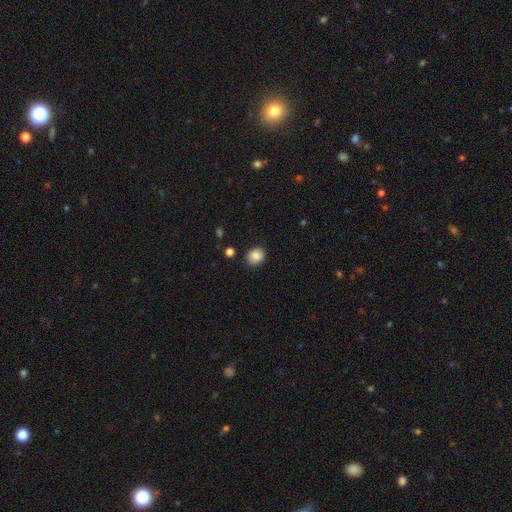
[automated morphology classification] Smooth or featured: smooth — 86% (star or artifact — 9%)
How rounded: round — 73% (in between — 26%)
Merging: none — 85% (minor disturbance — 11%)